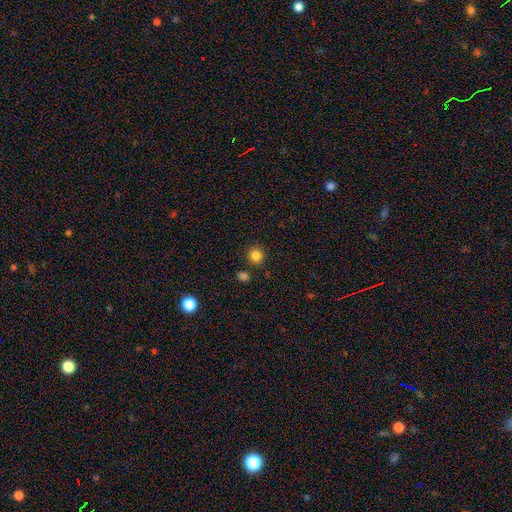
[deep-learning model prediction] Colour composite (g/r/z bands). It shows a smooth galaxy with no disk features (84%) that is round (89%). Merging: none (86%).